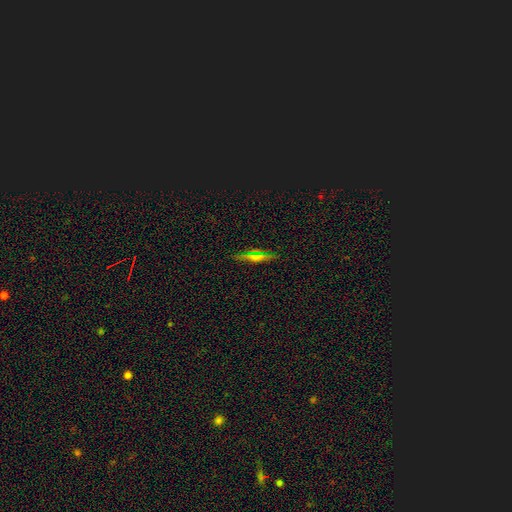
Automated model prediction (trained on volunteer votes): This is marginally a featured or disk galaxy (42%). Merging: clearly none (88%).